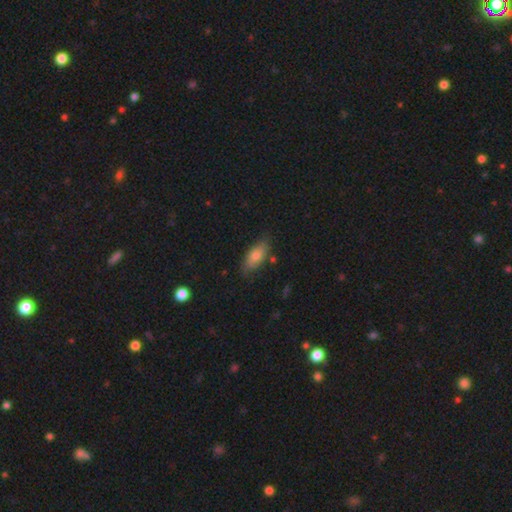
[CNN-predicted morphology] type=smooth (75%); roundness=in between (78%); merging=none (78%).